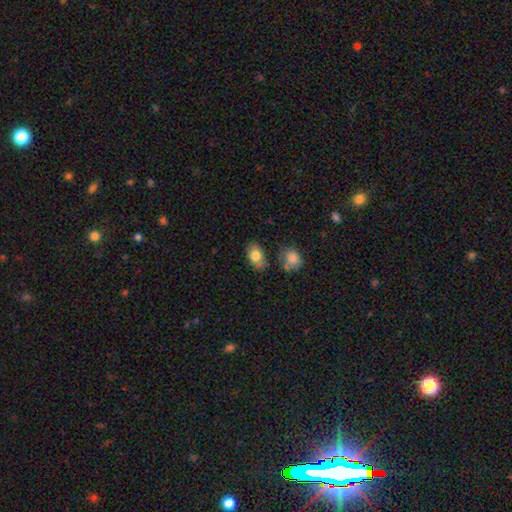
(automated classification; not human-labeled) A smooth galaxy with no disk features (79%) that is in between round and cigar-shaped (88%). Merging: none (69%).